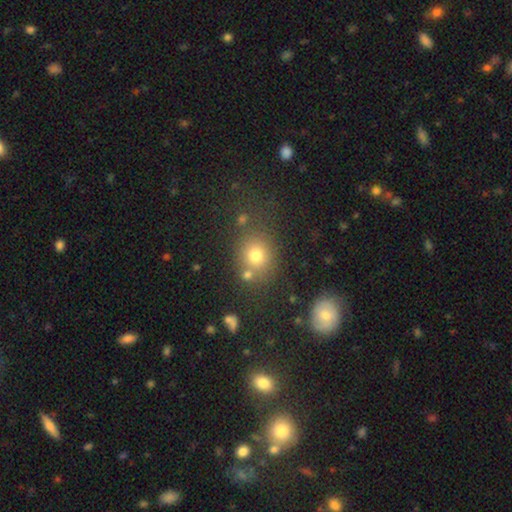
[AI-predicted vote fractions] The model was most divided on "how rounded": round: 72%, in between: 27%, cigar-shaped: 1%. More confident: smooth or featured — smooth (74%); merging — none (71%).